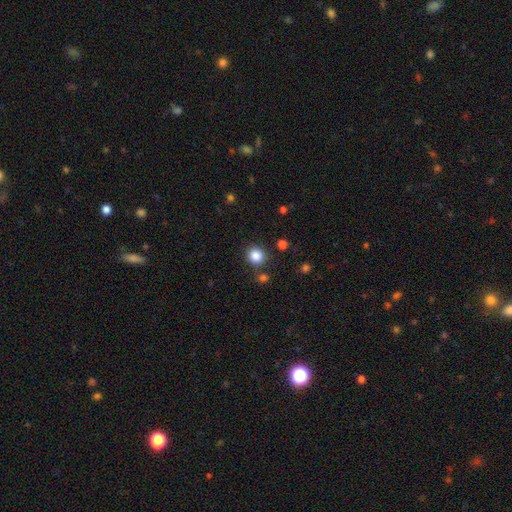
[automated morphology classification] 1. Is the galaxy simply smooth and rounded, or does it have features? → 85% smooth, 11% star or artifact, 4% featured or disk.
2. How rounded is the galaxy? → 88% round, 11% in between, 1% cigar-shaped.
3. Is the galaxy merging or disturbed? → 83% none, 8% minor disturbance, 5% merger, 3% major disturbance.